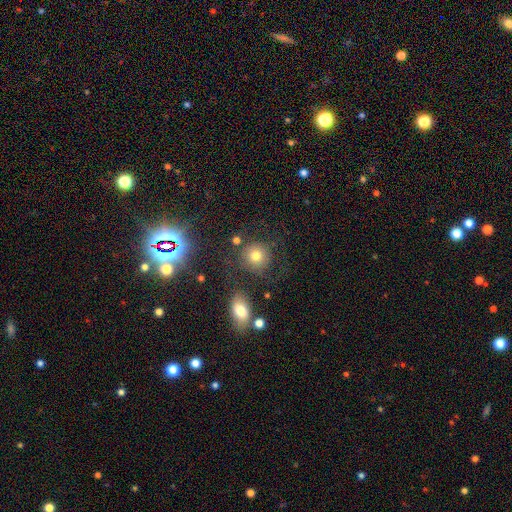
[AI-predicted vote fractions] This appears to be a smooth galaxy with no disk features (75%) that is round (89%). Merging: none (74%).